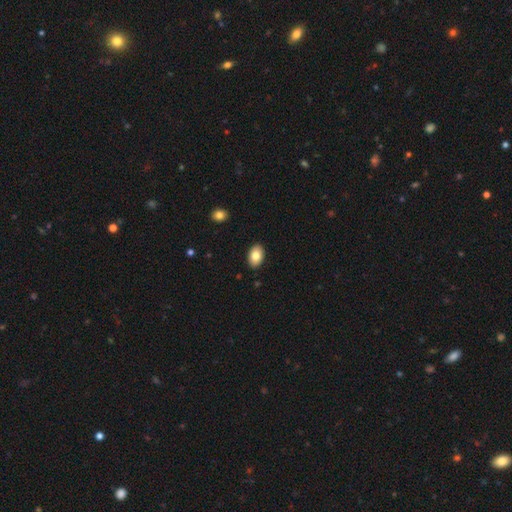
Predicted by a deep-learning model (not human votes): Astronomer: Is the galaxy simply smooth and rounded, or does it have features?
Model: smooth — 83%.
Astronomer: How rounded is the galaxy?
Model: in between — 91%.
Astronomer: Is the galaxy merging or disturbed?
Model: none — 90%.